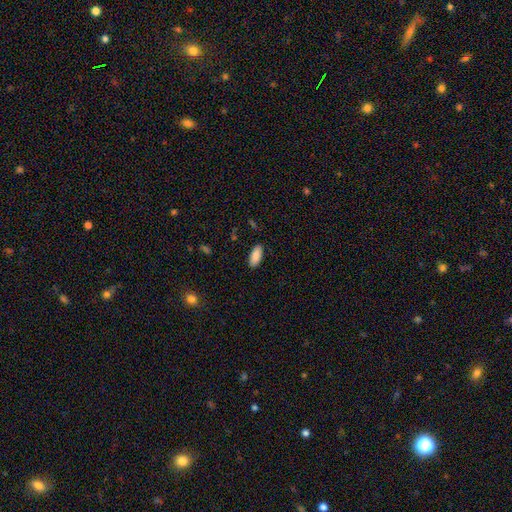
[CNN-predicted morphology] smooth 86%, featured or disk 7%, star or artifact 7%. Down the decision tree: how rounded — in between (88%); merging — none (88%).